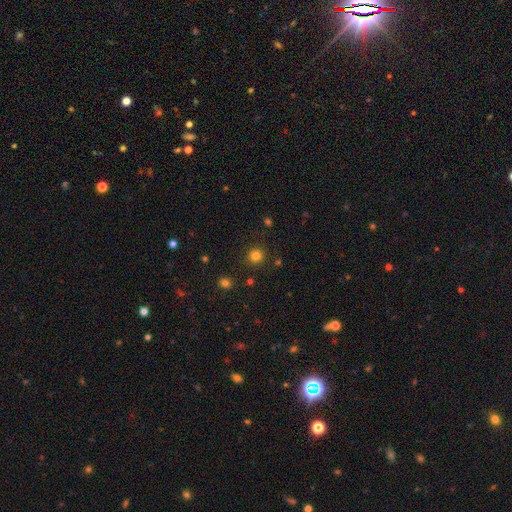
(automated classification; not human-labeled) A smooth galaxy with no disk features (80%) that is round (94%).

Vote fractions:
- Smooth or featured? smooth: 80% / star or artifact: 15% / featured or disk: 5%
- How rounded? round: 94% / in between: 5% / cigar-shaped: 1%
- Merging? none: 90% / minor disturbance: 6% / major disturbance: 2% / merger: 2%